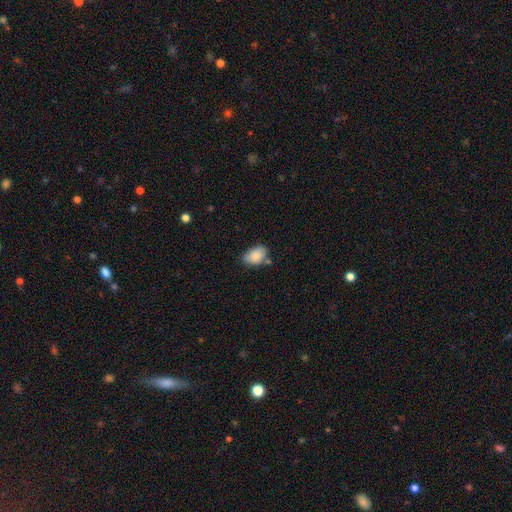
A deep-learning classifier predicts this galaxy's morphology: Overall: smooth (86%). How rounded: in between (87%). Merging: none (65%).